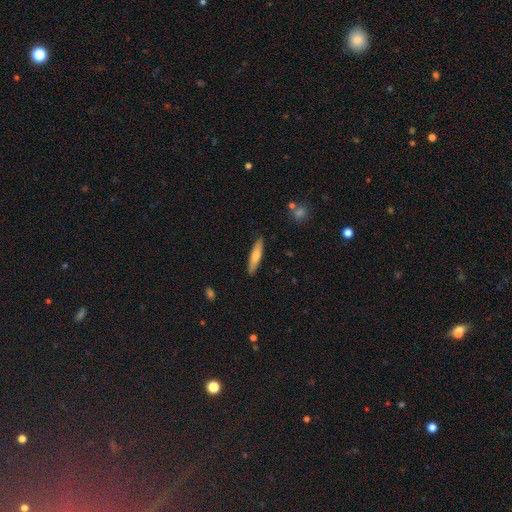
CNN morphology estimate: type=smooth (69%); roundness=cigar-shaped (85%); merging=none (88%).